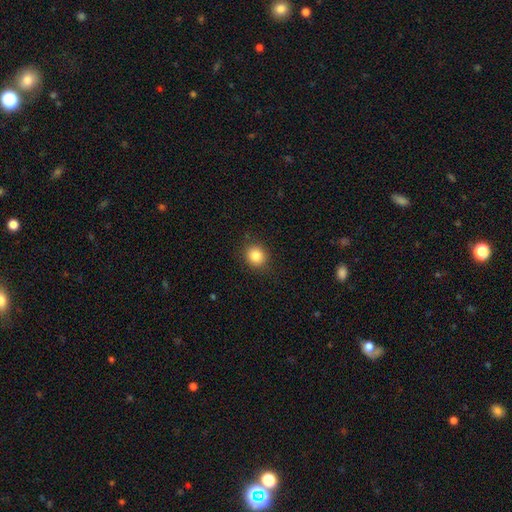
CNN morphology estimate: smooth-or-featured: smooth: 84% | star or artifact: 11% | featured or disk: 5%
  how-rounded: round: 81% | in between: 18% | cigar-shaped: 1%
  merging: none: 88% | minor disturbance: 8% | major disturbance: 2% | merger: 1%